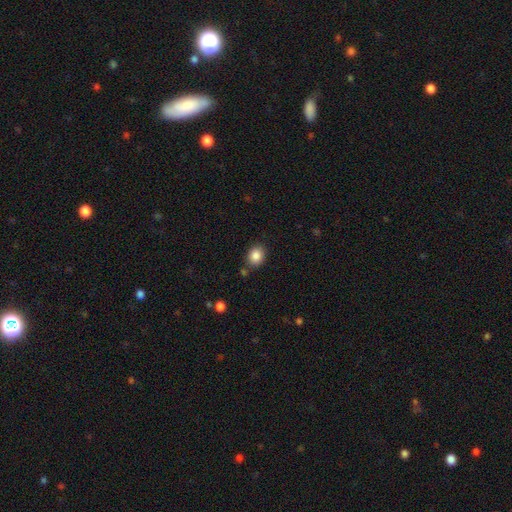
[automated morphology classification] This is clearly a smooth galaxy (86%). How rounded: possibly round (55%). Merging: clearly none (81%).